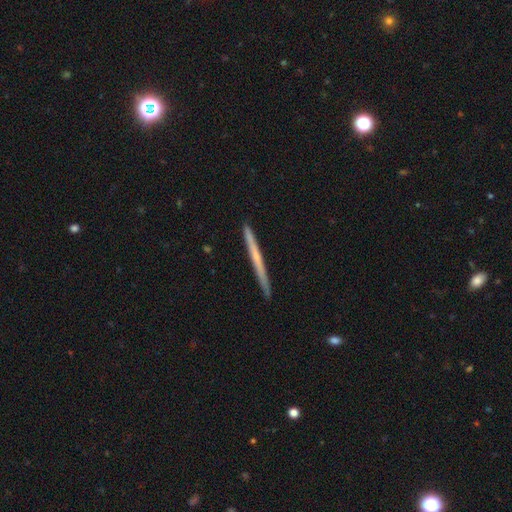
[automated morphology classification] The model was most divided on "smooth or featured": featured or disk: 53%, smooth: 41%, star or artifact: 6%. More confident: edge-on disk — yes (98%); merging — none (91%); edge-on bulge — none (78%).